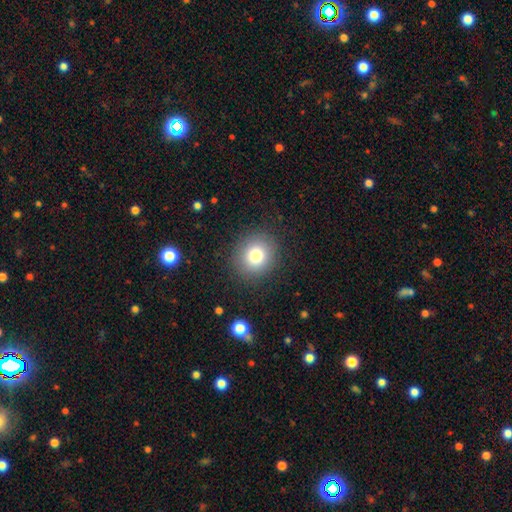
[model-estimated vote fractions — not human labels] Overall: smooth (79%). How rounded: round (85%). Merging: none (88%).